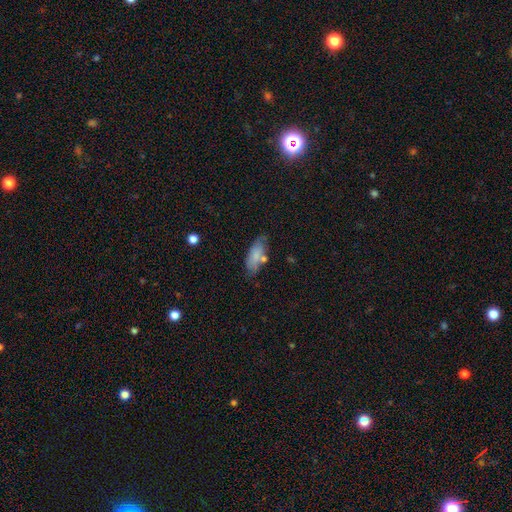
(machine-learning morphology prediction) Smooth or featured? Predicted: smooth (p=0.76). How rounded? Predicted: in between (p=0.79). Merging? Predicted: none (p=0.64).